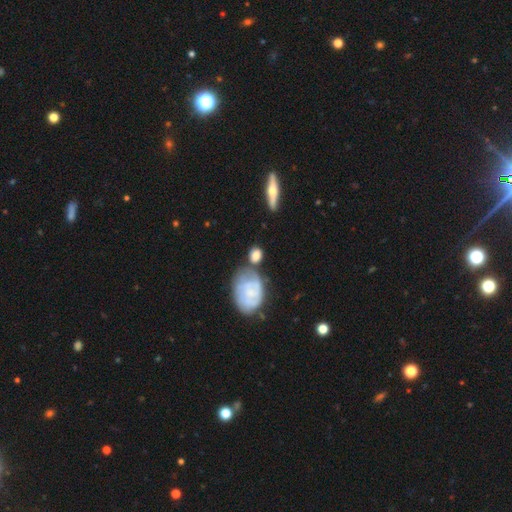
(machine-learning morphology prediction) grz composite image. It shows a smooth galaxy with no disk features (67%) that is round (56%). Merging: none (54%).